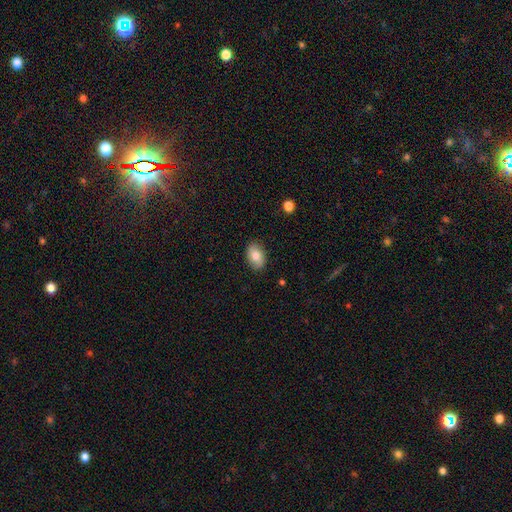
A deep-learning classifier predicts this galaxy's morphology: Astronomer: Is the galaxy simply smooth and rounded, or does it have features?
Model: smooth — 78%.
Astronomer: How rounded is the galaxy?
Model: in between — 87%.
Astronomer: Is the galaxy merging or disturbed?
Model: none — 87%.